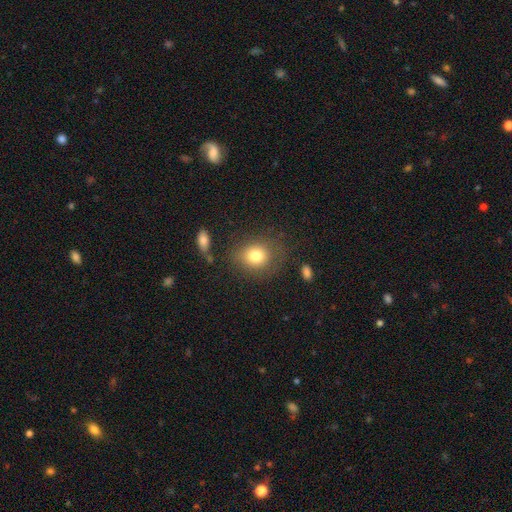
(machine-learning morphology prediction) The model was most divided on "how rounded": round: 67%, in between: 32%, cigar-shaped: 1%. More confident: smooth or featured — smooth (79%); merging — none (76%).